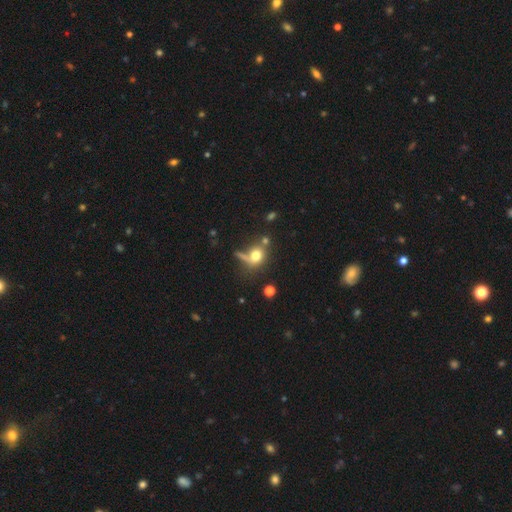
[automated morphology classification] smooth_or_featured: smooth (p=0.72) [alt: featured or disk p=0.15]
how_rounded: round (p=0.65) [alt: in between p=0.32]
merging: none (p=0.49) [alt: merger p=0.20]